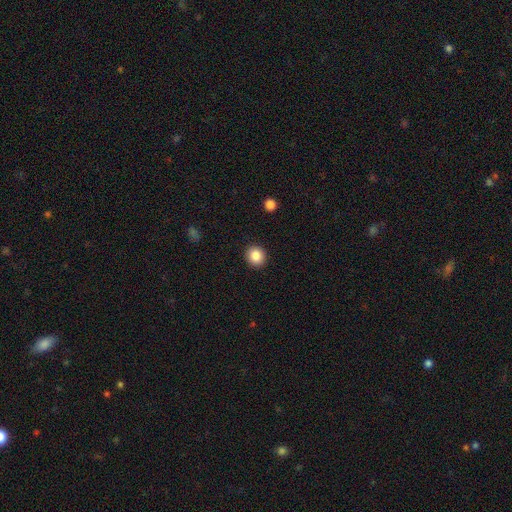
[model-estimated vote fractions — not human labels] Smooth or featured? Predicted: smooth (p=0.86). How rounded? Predicted: round (p=0.81). Merging? Predicted: none (p=0.91).